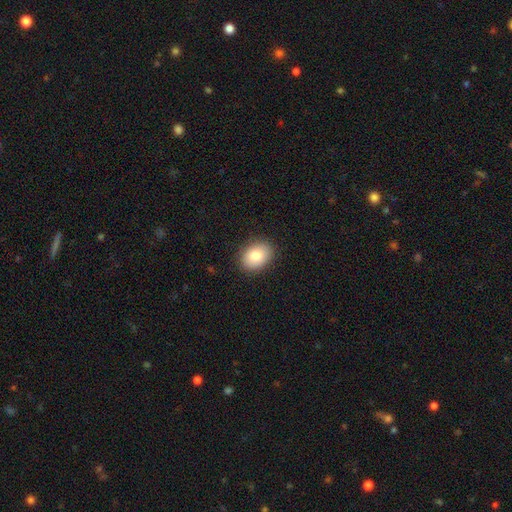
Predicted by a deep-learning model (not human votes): smooth-or-featured: smooth: 82% | featured or disk: 10% | star or artifact: 8%
  how-rounded: in between: 67% | round: 32% | cigar-shaped: 1%
  merging: none: 88% | minor disturbance: 9% | major disturbance: 2% | merger: 1%